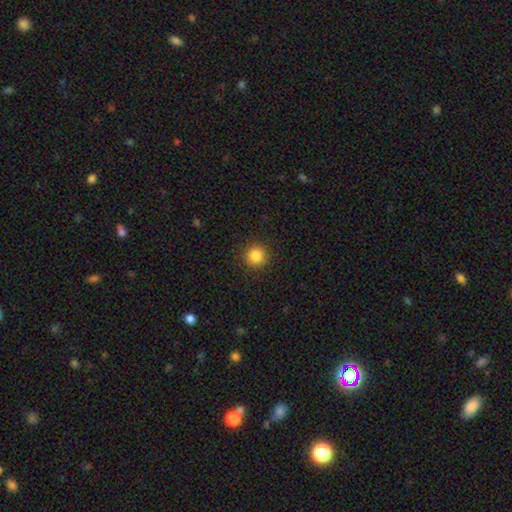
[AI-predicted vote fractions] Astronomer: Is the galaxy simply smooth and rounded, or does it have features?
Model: smooth — 84%.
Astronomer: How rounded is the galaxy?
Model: round — 95%.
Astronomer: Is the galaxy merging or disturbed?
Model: none — 91%.